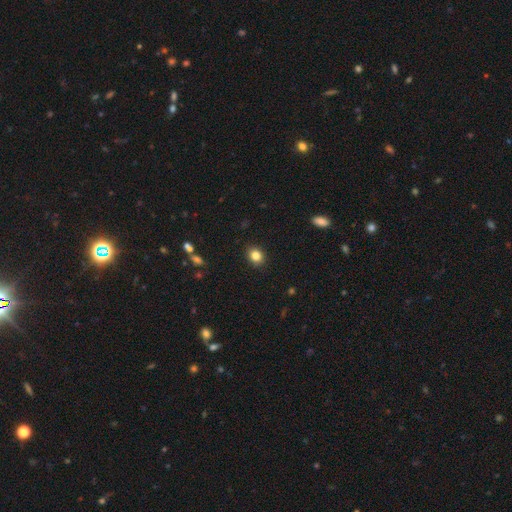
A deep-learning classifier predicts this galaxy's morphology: A smooth galaxy with no disk features (84%) that is round (56%).

Vote fractions:
- Smooth or featured? smooth: 84% / star or artifact: 10% / featured or disk: 6%
- How rounded? round: 56% / in between: 43% / cigar-shaped: 1%
- Merging? none: 89% / minor disturbance: 8% / major disturbance: 2% / merger: 1%